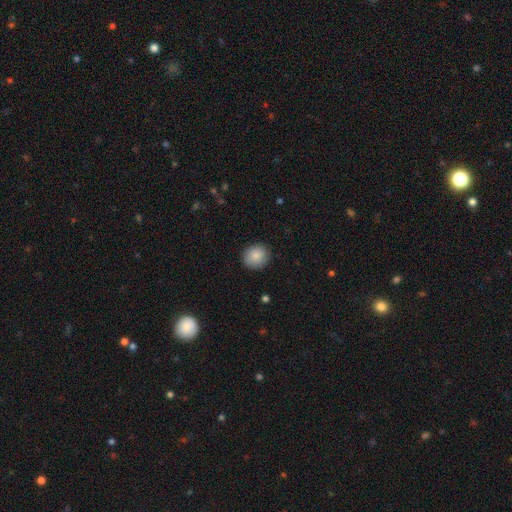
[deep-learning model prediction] Overall: smooth (87%). How rounded: round (83%). Merging: none (89%).